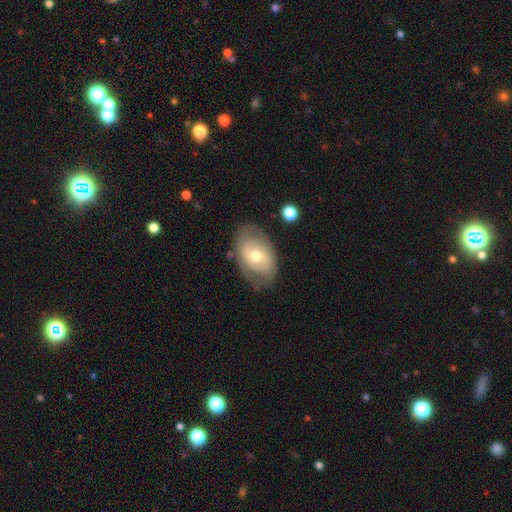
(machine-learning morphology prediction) Smooth or featured? featured or disk (49%)
Merging? none (72%)